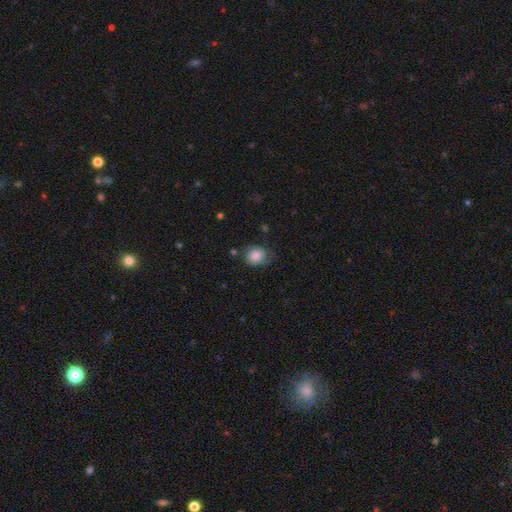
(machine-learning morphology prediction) smooth-or-featured: smooth: 74% | featured or disk: 18% | star or artifact: 8%
  how-rounded: round: 62% | in between: 37% | cigar-shaped: 1%
  merging: none: 55% | minor disturbance: 30% | major disturbance: 13% | merger: 3%